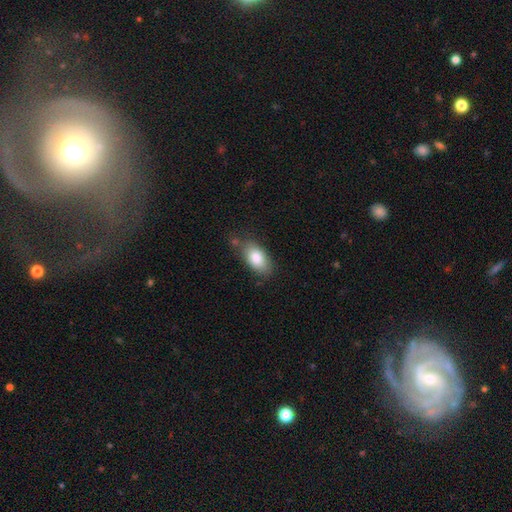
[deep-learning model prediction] smooth_or_featured: smooth (p=0.83) [alt: featured or disk p=0.10]
how_rounded: in between (p=0.92) [alt: round p=0.04]
merging: none (p=0.71) [alt: minor disturbance p=0.20]